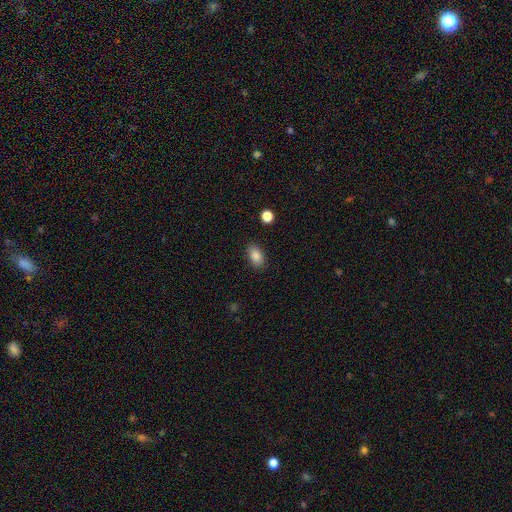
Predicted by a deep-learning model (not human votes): Smooth or featured? Predicted: smooth (p=0.86). How rounded? Predicted: in between (p=0.89). Merging? Predicted: none (p=0.87).